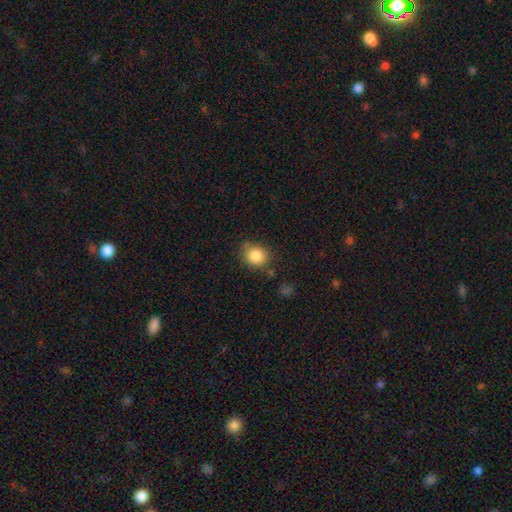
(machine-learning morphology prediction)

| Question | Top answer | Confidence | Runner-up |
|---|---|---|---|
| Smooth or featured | smooth | 85% | star or artifact (9%) |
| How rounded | round | 73% | in between (26%) |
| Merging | none | 72% | minor disturbance (19%) |